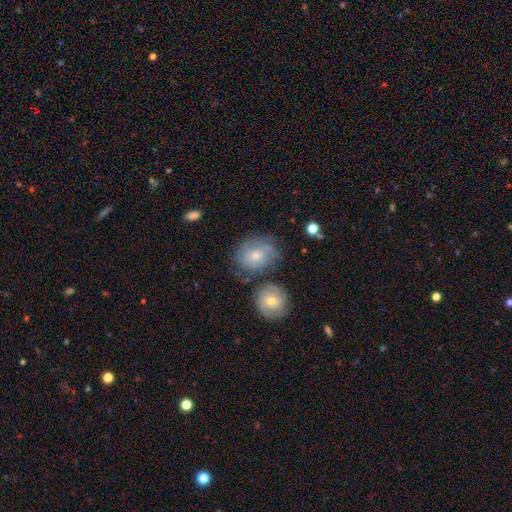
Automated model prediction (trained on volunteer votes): This is possibly a smooth galaxy (46%). Merging: possibly none (53%).